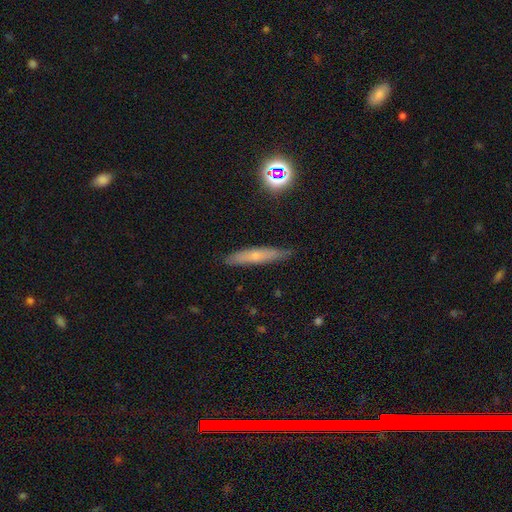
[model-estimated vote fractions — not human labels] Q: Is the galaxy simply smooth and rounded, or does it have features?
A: smooth — 52%.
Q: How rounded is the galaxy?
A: cigar-shaped — 86%.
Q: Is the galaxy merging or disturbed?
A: none — 82%.